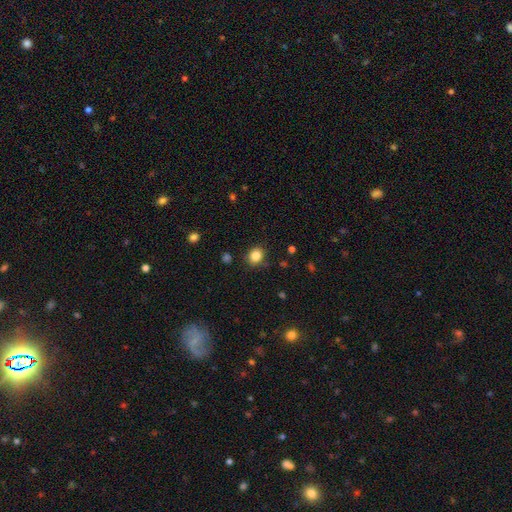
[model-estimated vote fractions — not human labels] This is clearly a smooth galaxy (83%). How rounded: likely round (65%). Merging: clearly none (86%).